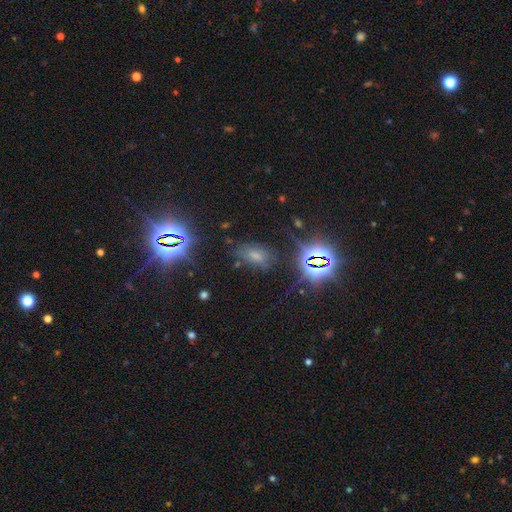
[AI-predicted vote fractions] Morphology: type=smooth (47%); merging=none (65%).